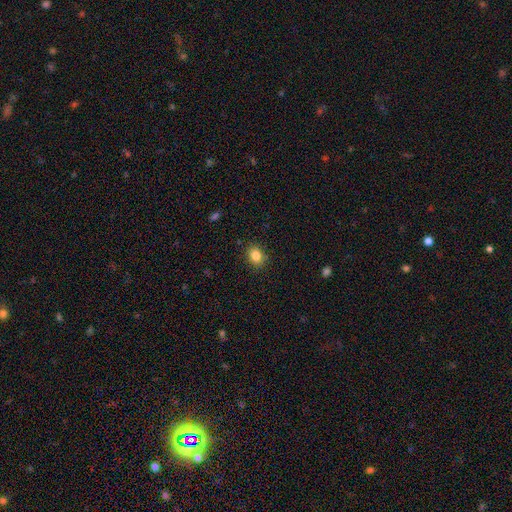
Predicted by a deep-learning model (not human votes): The model was most divided on "how rounded": in between: 59%, round: 40%, cigar-shaped: 1%. More confident: merging — none (88%); smooth or featured — smooth (85%).